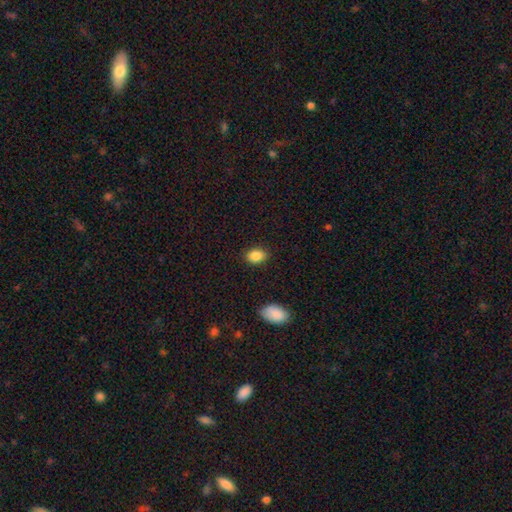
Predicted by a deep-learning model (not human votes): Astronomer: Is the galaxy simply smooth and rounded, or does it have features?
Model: smooth — 87%.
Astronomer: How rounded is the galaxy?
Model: in between — 73%.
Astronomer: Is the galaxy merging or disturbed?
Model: none — 86%.